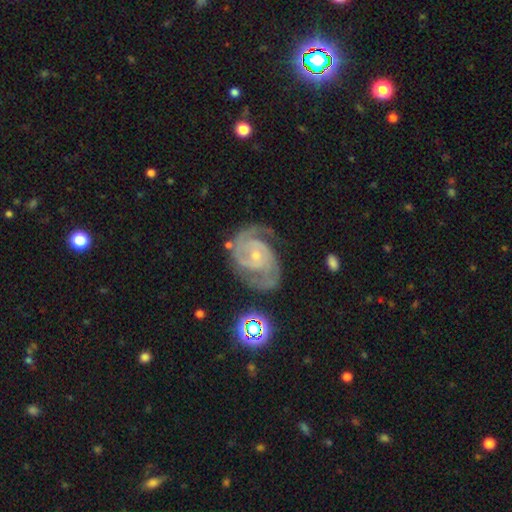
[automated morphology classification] smooth-or-featured: featured or disk: 90% | star or artifact: 6% | smooth: 4%
  disk-edge-on: no: 98% | yes: 2%
    bar: no: 64% | weak: 28% | strong: 8%
    has-spiral-arms: yes: 98% | no: 2%
      spiral-winding: tight: 49% | medium: 43% | loose: 8%
      spiral-arm-count: 2: 80% | 3: 8% | can't tell: 6% | 1: 3% | 4: 2% | more than 4: 2%
    bulge-size: small: 74% | moderate: 22% | none: 2% | large: 1% | dominant: 1%
  merging: none: 67% | minor disturbance: 20% | major disturbance: 10% | merger: 3%